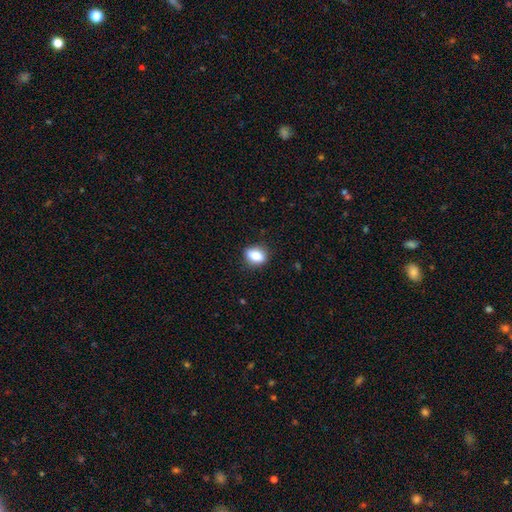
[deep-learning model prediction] Q: Smooth or featured?
A: smooth (82%); runner-up: featured or disk (10%)
Q: How rounded?
A: in between (72%); runner-up: round (24%)
Q: Merging?
A: none (84%); runner-up: minor disturbance (13%)